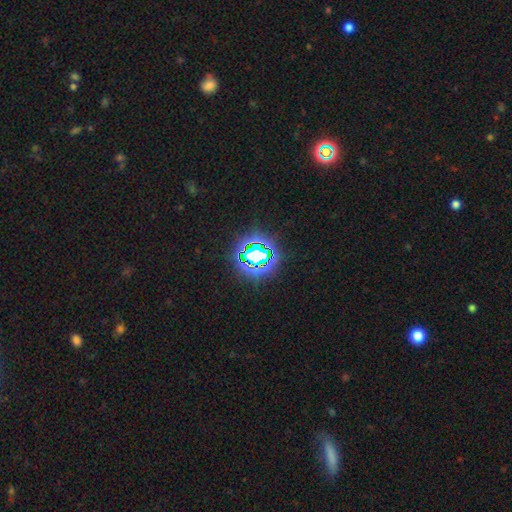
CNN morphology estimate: star or artifact 70%, smooth 19%, featured or disk 11%.